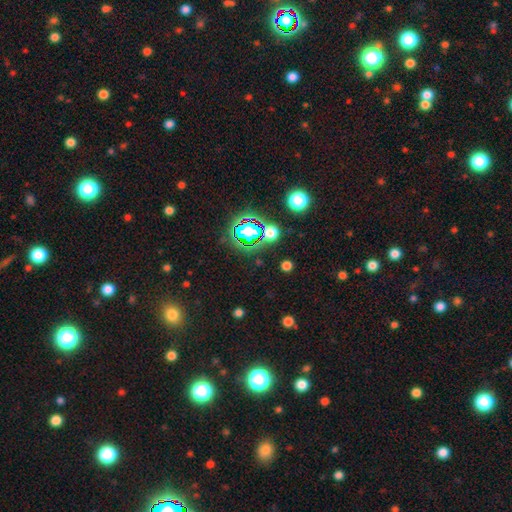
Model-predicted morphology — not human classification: Smooth or featured? star or artifact (74%)